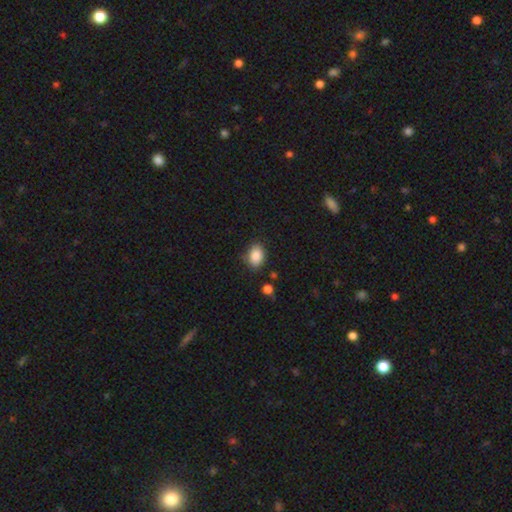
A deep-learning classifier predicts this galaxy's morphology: Smooth or featured: smooth — 87% (star or artifact — 8%)
How rounded: in between — 74% (round — 25%)
Merging: none — 79% (minor disturbance — 15%)